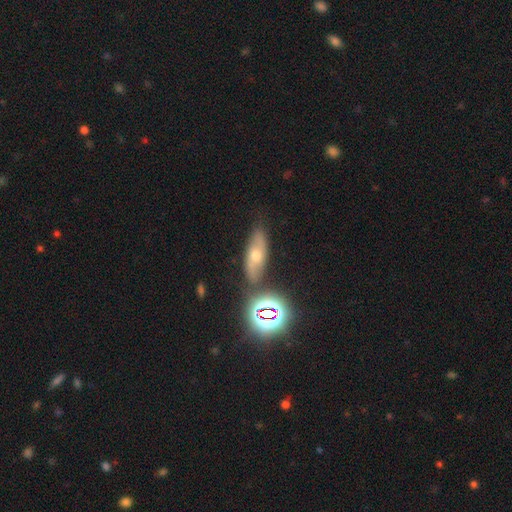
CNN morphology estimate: A smooth galaxy with no disk features (41%). Merging: none (73%).